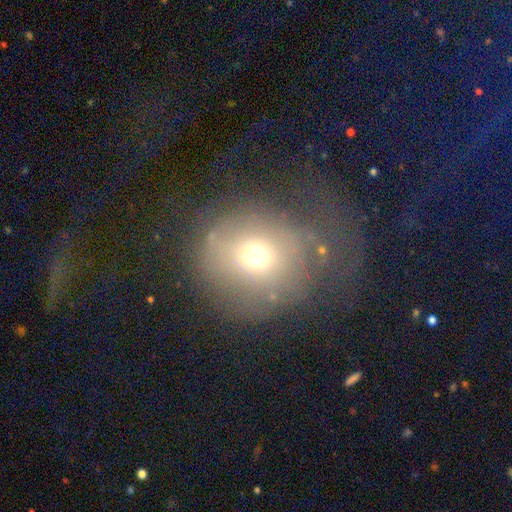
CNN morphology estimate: This is likely a smooth galaxy (61%). How rounded: clearly round (82%). Merging: marginally major disturbance (40%).